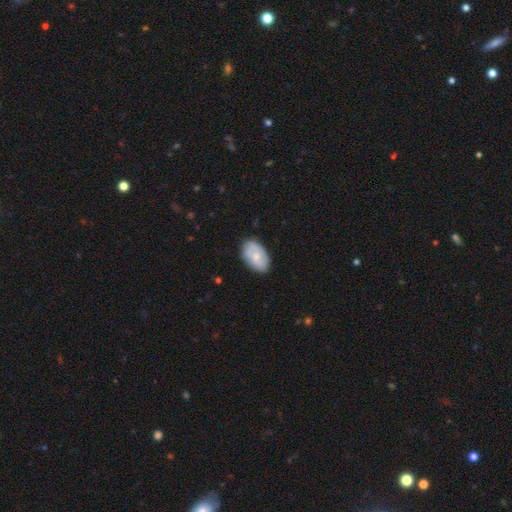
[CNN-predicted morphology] This appears to be a smooth galaxy with no disk features (66%) that is in between round and cigar-shaped (92%). Merging: none (80%).